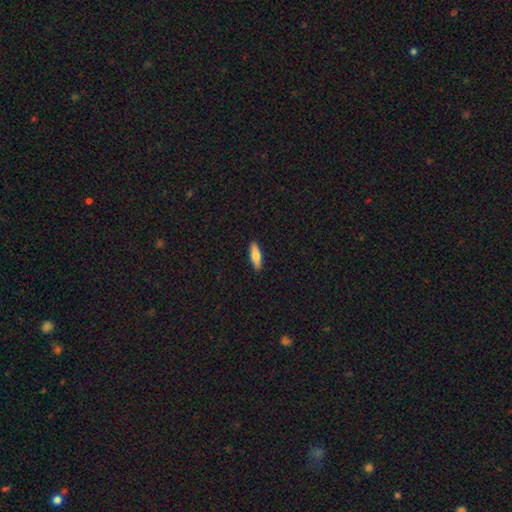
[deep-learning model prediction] A smooth galaxy with no disk features (68%) that is cigar-shaped (54%). Merging: none (91%).